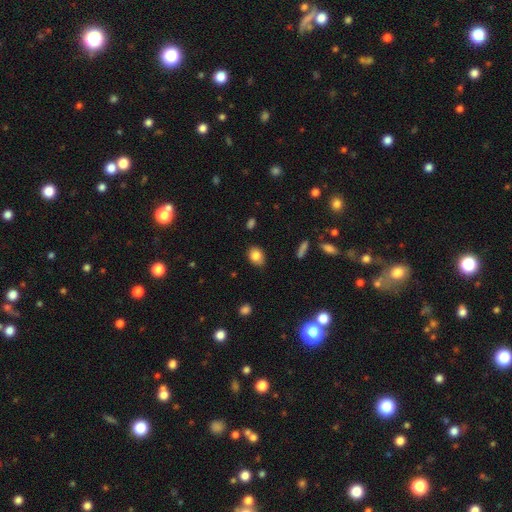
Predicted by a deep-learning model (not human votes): Smooth or featured? smooth (82%)
How rounded? in between (65%)
Merging? none (84%)